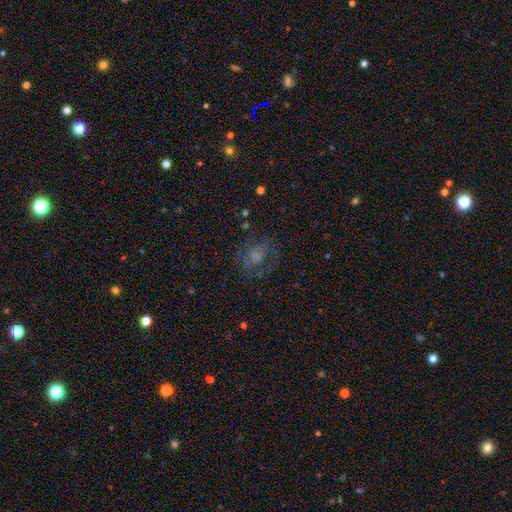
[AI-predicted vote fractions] Smooth or featured? smooth (52%)
How rounded? round (66%)
Merging? none (64%)